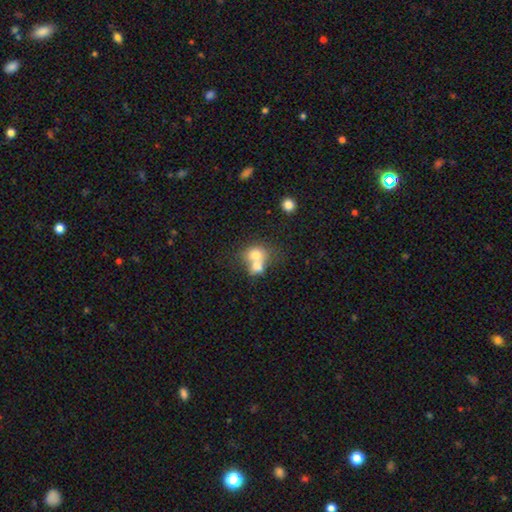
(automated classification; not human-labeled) This appears to be a smooth galaxy with no disk features (69%) that is round (60%). Merging: merger (68%).